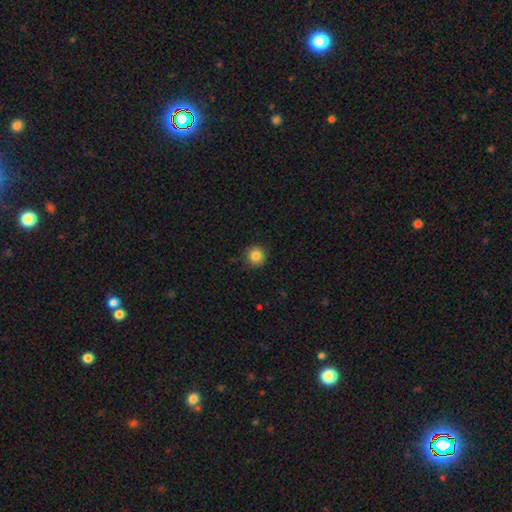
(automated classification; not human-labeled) This appears to be a smooth galaxy with no disk features (83%) that is round (95%). Merging: none (90%).